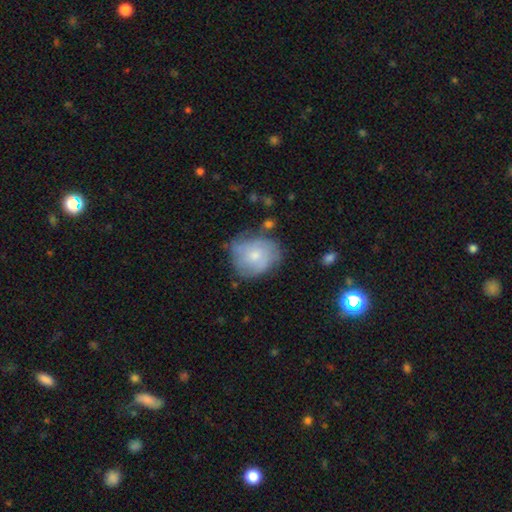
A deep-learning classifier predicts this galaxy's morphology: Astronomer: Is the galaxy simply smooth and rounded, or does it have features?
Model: smooth — 47% (runner-up: featured or disk, 46%).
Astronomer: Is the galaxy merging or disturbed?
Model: none — 57%.